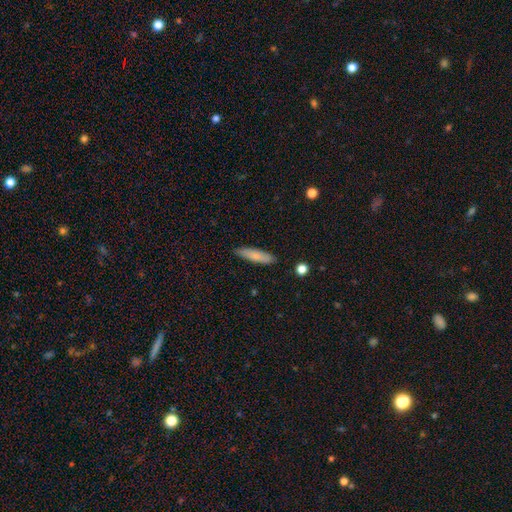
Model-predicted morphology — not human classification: smooth-or-featured: smooth: 80% | featured or disk: 14% | star or artifact: 6%
  how-rounded: cigar-shaped: 77% | in between: 21% | round: 1%
  merging: none: 88% | minor disturbance: 9% | major disturbance: 2% | merger: 1%